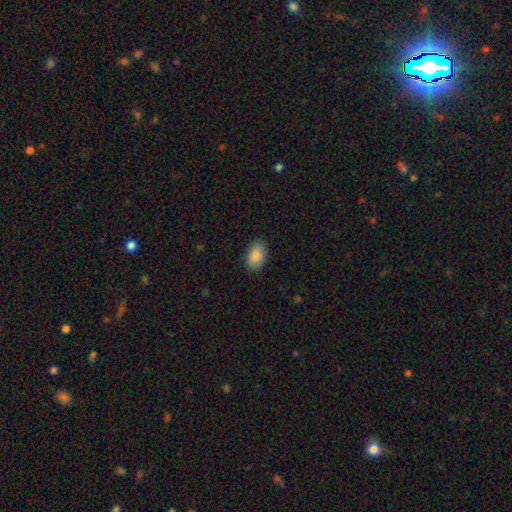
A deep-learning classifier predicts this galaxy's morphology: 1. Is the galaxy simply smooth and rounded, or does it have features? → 89% smooth, 7% star or artifact, 4% featured or disk.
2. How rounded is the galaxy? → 91% in between, 7% round, 1% cigar-shaped.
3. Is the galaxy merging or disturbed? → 85% none, 11% minor disturbance, 3% major disturbance, 1% merger.